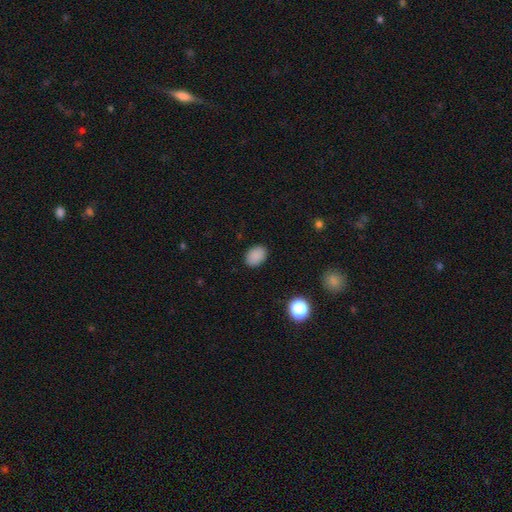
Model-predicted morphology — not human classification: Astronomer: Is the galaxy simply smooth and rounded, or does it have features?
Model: smooth — 87%.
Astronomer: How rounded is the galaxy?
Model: in between — 79%.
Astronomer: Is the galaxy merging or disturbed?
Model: none — 88%.